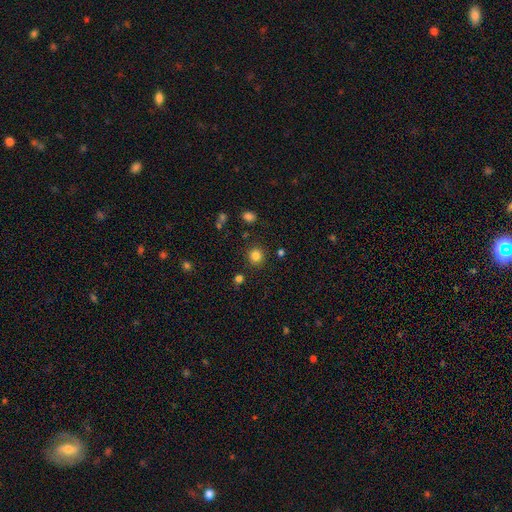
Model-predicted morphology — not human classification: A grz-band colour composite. It shows a smooth galaxy with no disk features (83%) that is round (91%). Merging: none (88%).